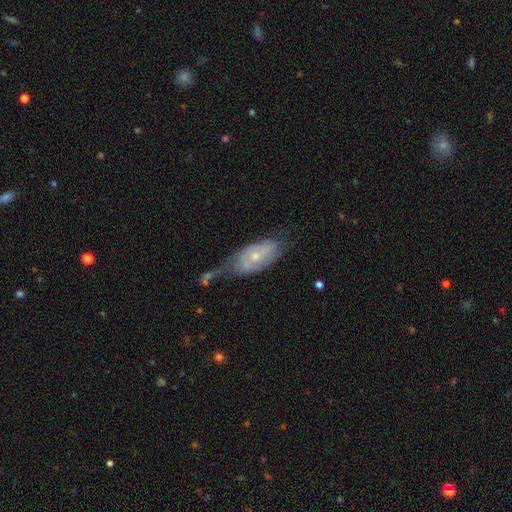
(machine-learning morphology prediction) smooth_or_featured: featured or disk (p=0.60) [alt: smooth p=0.32]
disk_edge_on: no (p=0.89) [alt: yes p=0.11]
bar: no (p=0.70) [alt: weak p=0.24]
has_spiral_arms: yes (p=0.65) [alt: no p=0.35]
bulge_size: small (p=0.56) [alt: moderate p=0.40]
merging: none (p=0.32) [alt: minor disturbance p=0.31]